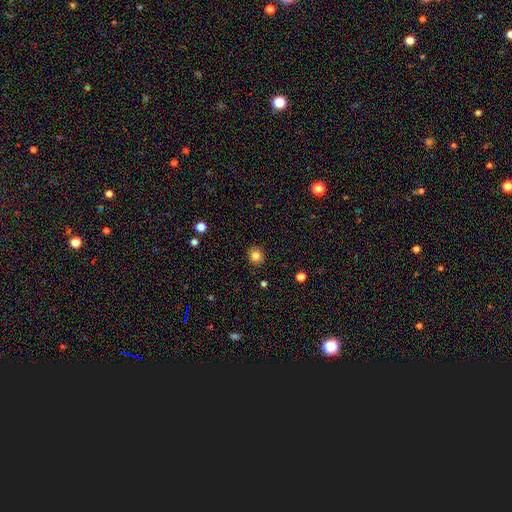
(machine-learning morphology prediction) This appears to be a smooth galaxy with no disk features (83%) that is round (86%). Merging: none (91%).